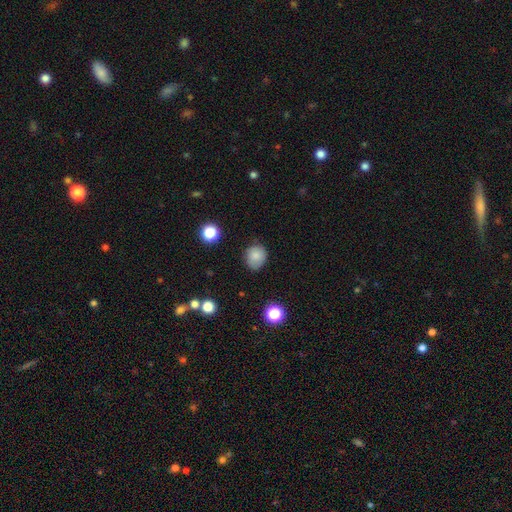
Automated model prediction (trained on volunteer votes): The model was most divided on "how rounded": round: 76%, in between: 23%, cigar-shaped: 1%. More confident: smooth or featured — smooth (83%); merging — none (76%).